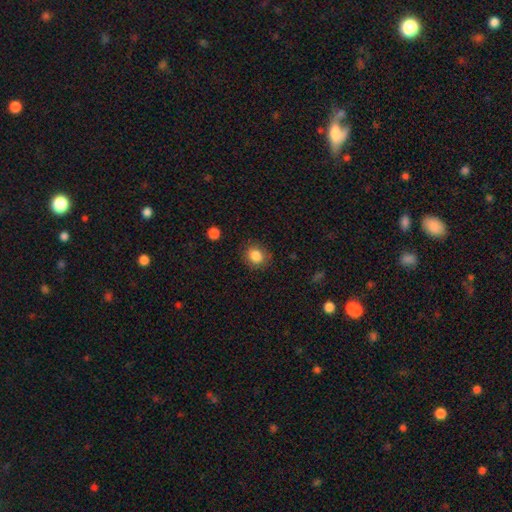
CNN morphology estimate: A smooth galaxy with no disk features (85%) that is round (73%).

Vote fractions:
- Smooth or featured? smooth: 85% / star or artifact: 10% / featured or disk: 5%
- How rounded? round: 73% / in between: 26% / cigar-shaped: 1%
- Merging? none: 84% / minor disturbance: 12% / major disturbance: 3% / merger: 1%